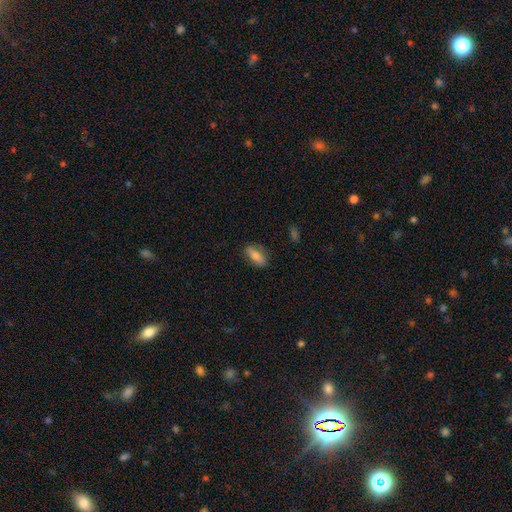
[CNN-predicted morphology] This is likely a smooth galaxy (71%). How rounded: likely in between (77%). Merging: clearly none (81%).